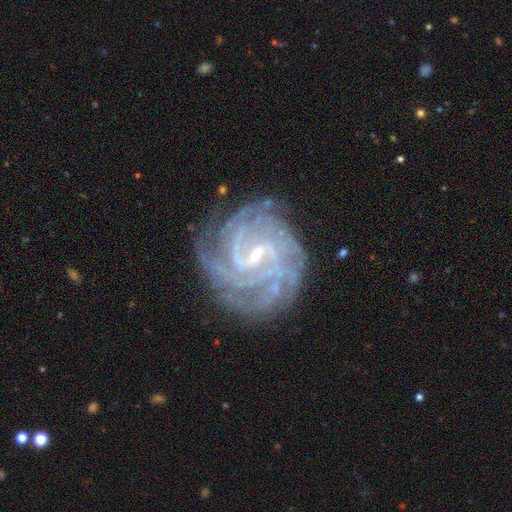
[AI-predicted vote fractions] Smooth or featured? featured or disk (90%)
Edge-on disk? no (98%)
Bar? weak (55%)
Spiral arms? yes (98%)
Spiral winding? tight (70%)
Spiral arm count? 4 (26%)
Bulge size? small (71%)
Merging? none (76%)